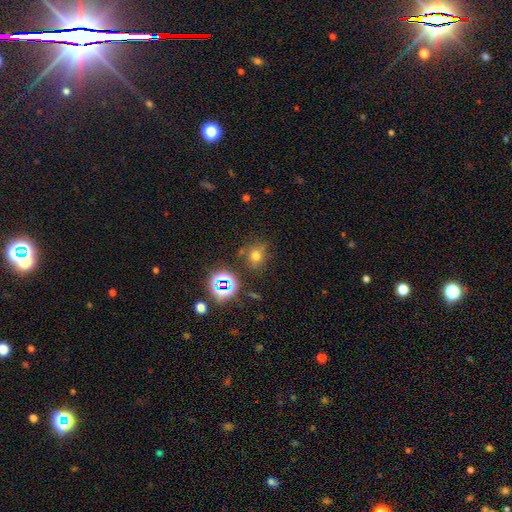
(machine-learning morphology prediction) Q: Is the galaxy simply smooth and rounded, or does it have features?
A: smooth — 64%.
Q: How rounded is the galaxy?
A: round — 79%.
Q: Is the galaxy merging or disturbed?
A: none — 74%.